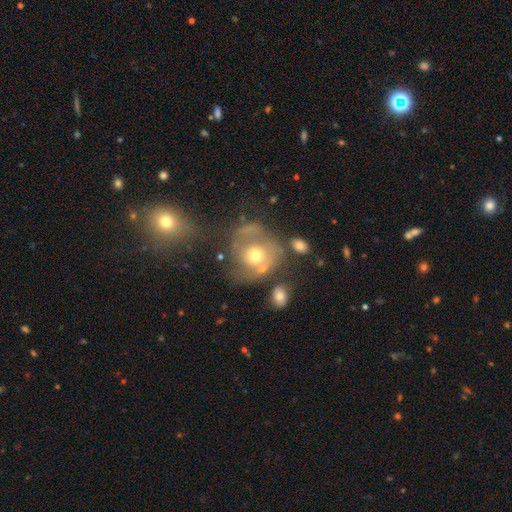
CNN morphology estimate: Smooth or featured? featured or disk (47%)
Merging? none (39%)